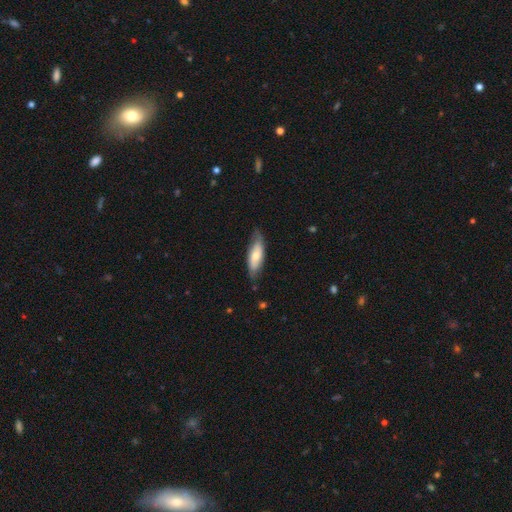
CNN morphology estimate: smooth 63%, featured or disk 32%, star or artifact 6%. Down the decision tree: how rounded — in between (63%); merging — none (71%).